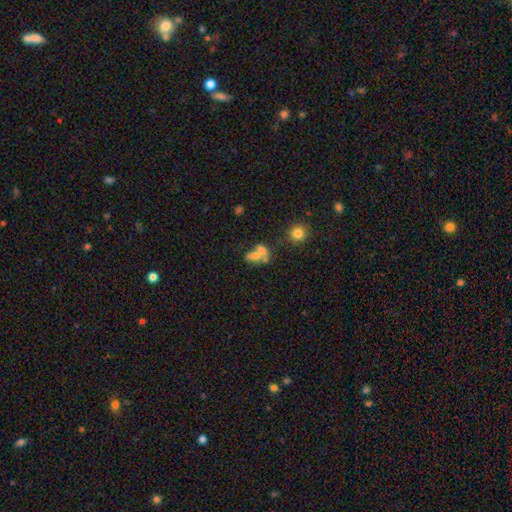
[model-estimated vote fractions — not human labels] A smooth galaxy with no disk features (60%) that is in between round and cigar-shaped (78%). Merging: merger (56%).